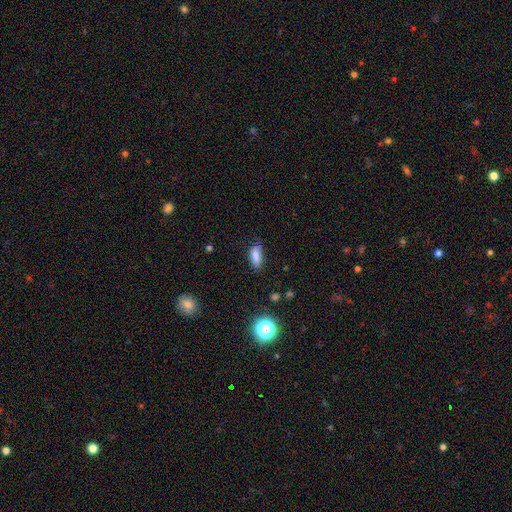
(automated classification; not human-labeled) This is clearly a smooth galaxy (81%). How rounded: likely in between (77%). Merging: likely none (68%).